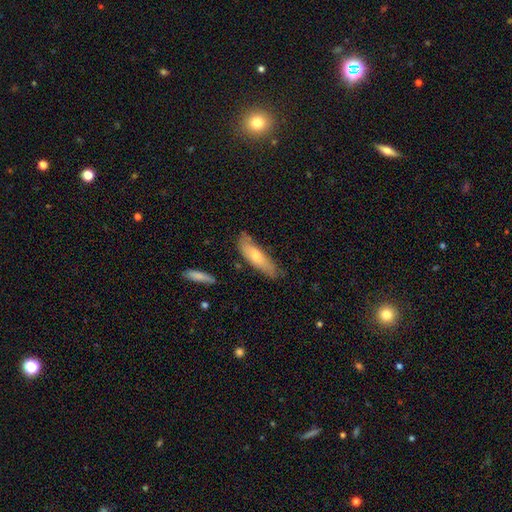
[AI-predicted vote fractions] Smooth or featured? Predicted: smooth (p=0.62). How rounded? Predicted: cigar-shaped (p=0.58). Merging? Predicted: none (p=0.68).